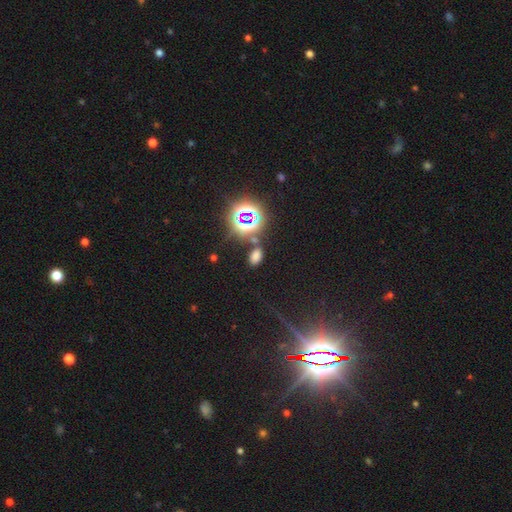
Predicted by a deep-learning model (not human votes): A smooth galaxy with no disk features (61%) that is in between round and cigar-shaped (88%).

Vote fractions:
- Smooth or featured? smooth: 61% / star or artifact: 33% / featured or disk: 6%
- How rounded? in between: 88% / round: 10% / cigar-shaped: 2%
- Merging? none: 79% / minor disturbance: 10% / merger: 7% / major disturbance: 4%